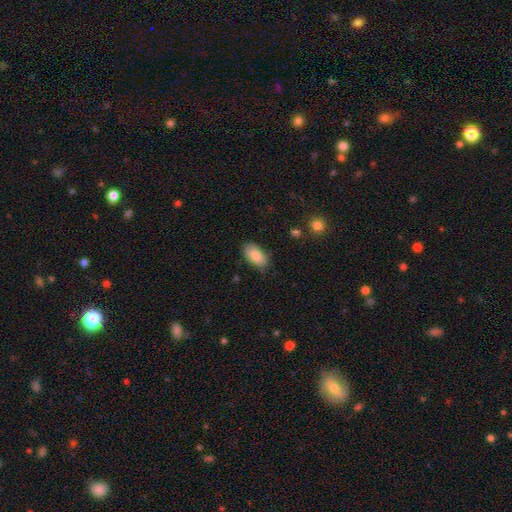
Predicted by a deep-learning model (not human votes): smooth 85%, featured or disk 8%, star or artifact 7%. Down the decision tree: how rounded — in between (93%); merging — none (81%).